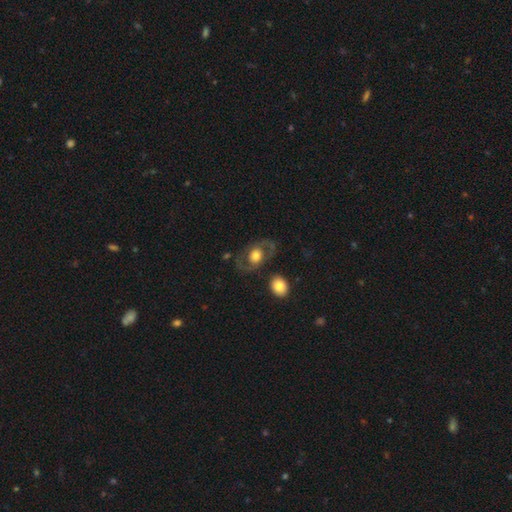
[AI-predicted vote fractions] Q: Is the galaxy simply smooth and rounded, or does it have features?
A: featured or disk — 56%.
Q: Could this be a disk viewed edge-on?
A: no — 94%.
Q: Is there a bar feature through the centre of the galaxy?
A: no — 78%.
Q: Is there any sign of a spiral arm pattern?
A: yes — 53%.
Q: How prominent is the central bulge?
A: moderate — 47%.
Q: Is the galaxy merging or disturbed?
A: none — 70%.